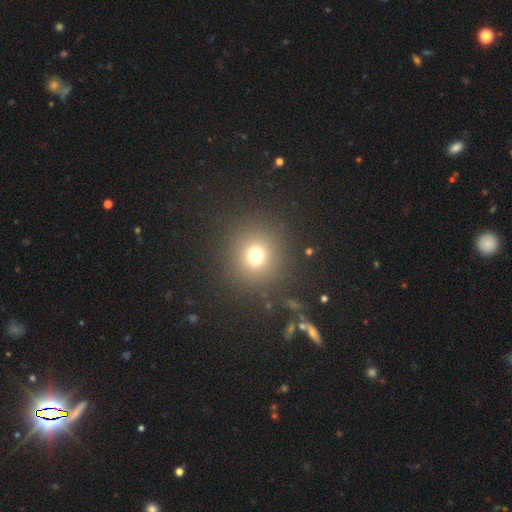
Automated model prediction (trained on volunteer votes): Overall: smooth (71%). How rounded: round (91%). Merging: none (87%).